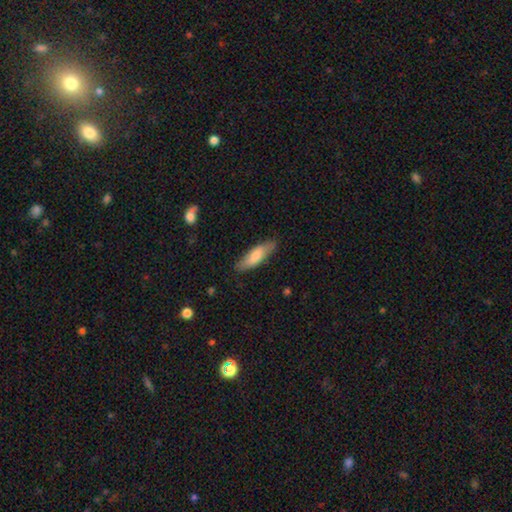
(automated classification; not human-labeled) Smooth or featured: smooth — 74% (featured or disk — 20%)
How rounded: cigar-shaped — 50% (in between — 49%)
Merging: none — 80% (minor disturbance — 15%)